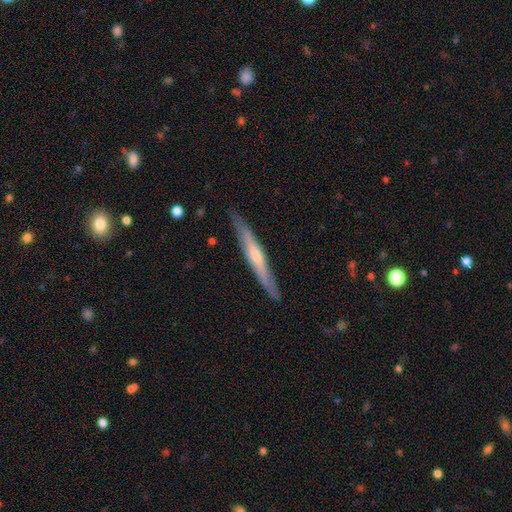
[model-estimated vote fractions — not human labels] Smooth or featured: featured or disk — 60% (smooth — 35%)
Edge-on disk: yes — 93% (no — 7%)
Edge-on bulge: rounded — 53% (none — 39%)
Merging: none — 87% (minor disturbance — 10%)